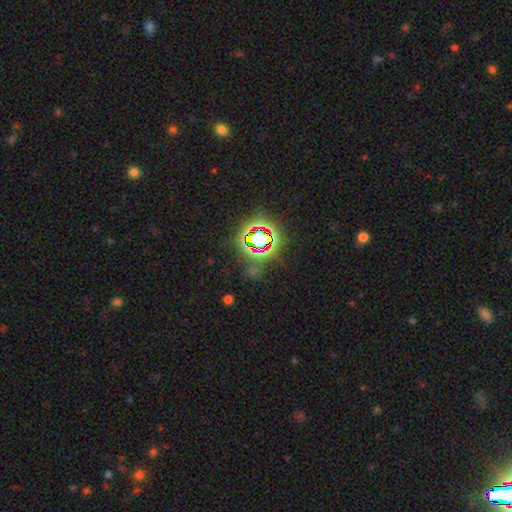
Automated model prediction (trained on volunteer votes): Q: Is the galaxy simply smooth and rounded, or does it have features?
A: star or artifact — 80%.